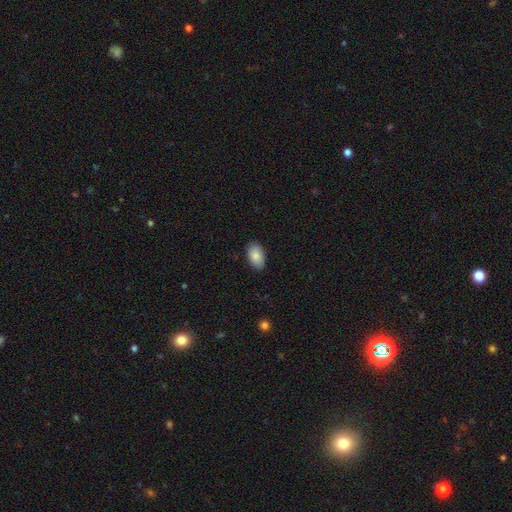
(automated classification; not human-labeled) smooth 87%, star or artifact 7%, featured or disk 7%. Down the decision tree: how rounded — in between (94%); merging — none (87%).